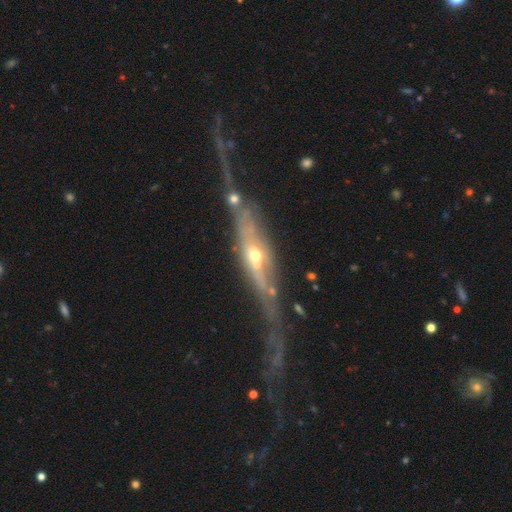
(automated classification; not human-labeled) Smooth or featured: featured or disk — 75% (smooth — 17%)
Edge-on disk: yes — 63% (no — 37%)
Merging: none — 48% (minor disturbance — 24%)